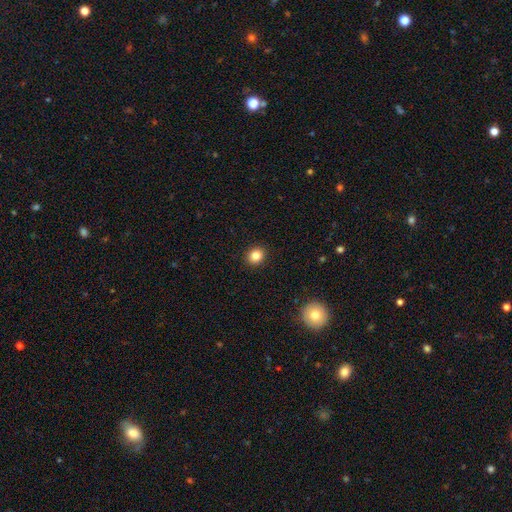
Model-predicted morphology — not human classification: Smooth or featured? smooth (84%)
How rounded? round (80%)
Merging? none (92%)